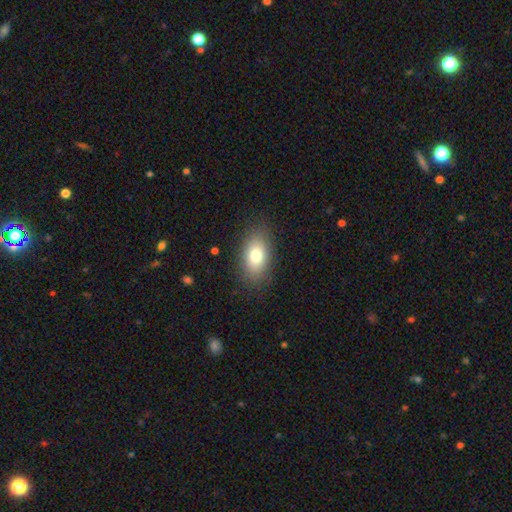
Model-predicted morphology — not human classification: smooth-or-featured: smooth: 77% | featured or disk: 14% | star or artifact: 9%
  how-rounded: in between: 87% | round: 11% | cigar-shaped: 2%
  merging: none: 84% | minor disturbance: 11% | major disturbance: 4% | merger: 1%